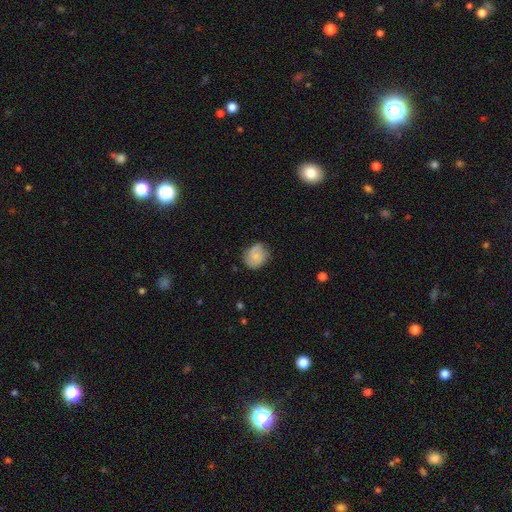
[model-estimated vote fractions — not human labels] Q: Smooth or featured?
A: smooth (63%); runner-up: featured or disk (29%)
Q: How rounded?
A: round (69%); runner-up: in between (30%)
Q: Merging?
A: none (68%); runner-up: minor disturbance (24%)